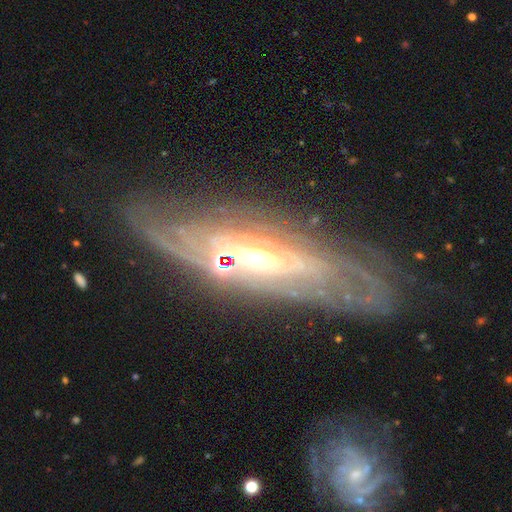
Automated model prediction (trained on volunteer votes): A featured or disk galaxy (83%) with no bar (66%), spiral arms (77%) and a moderate central bulge (63%).

Vote fractions:
- Smooth or featured? featured or disk: 83% / smooth: 10% / star or artifact: 7%
- Edge-on disk? no: 70% / yes: 30%
- Bar? no: 66% / weak: 23% / strong: 10%
- Spiral arms? yes: 77% / no: 23%
- Bulge size? moderate: 63% / small: 23% / large: 11% / dominant: 2% / none: 2%
- Merging? none: 65% / minor disturbance: 19% / major disturbance: 12% / merger: 3%